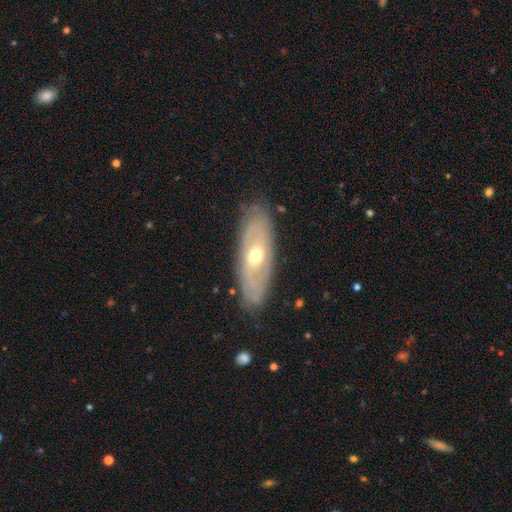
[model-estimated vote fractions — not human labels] The model was most divided on "spiral arms": no: 52%, yes: 48%. More confident: merging — none (81%); edge-on disk — no (79%); bulge size — moderate (69%); bar — no (69%); smooth or featured — featured or disk (65%).